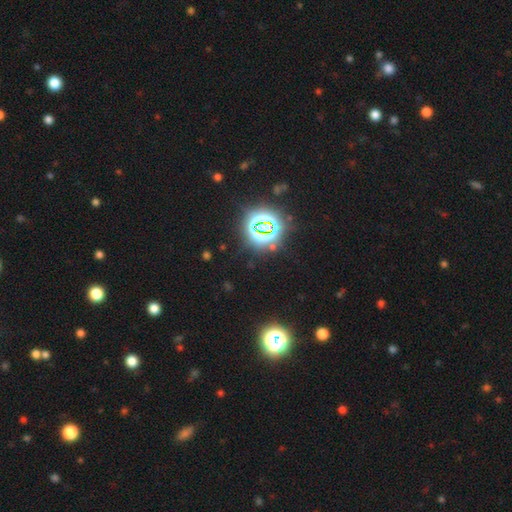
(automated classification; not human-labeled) Overall: star or artifact (81%).